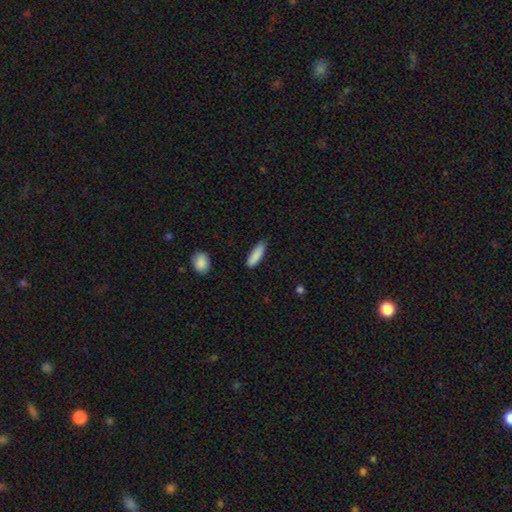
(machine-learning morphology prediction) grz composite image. It shows a smooth galaxy with no disk features (87%) that is cigar-shaped (52%). Merging: none (73%).